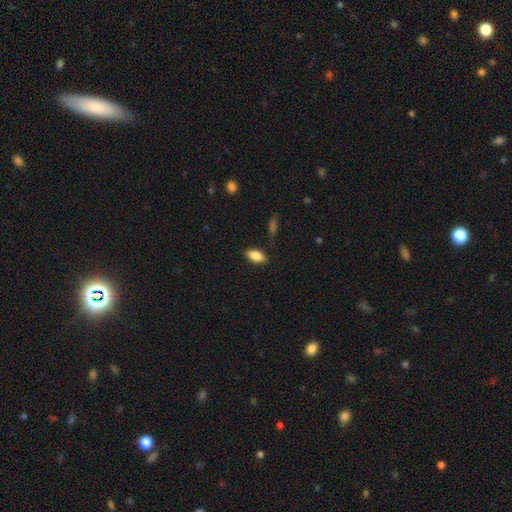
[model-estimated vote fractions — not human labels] A smooth galaxy with no disk features (84%) that is in between round and cigar-shaped (89%).

Vote fractions:
- Smooth or featured? smooth: 84% / featured or disk: 8% / star or artifact: 7%
- How rounded? in between: 89% / cigar-shaped: 7% / round: 4%
- Merging? none: 84% / minor disturbance: 12% / major disturbance: 3% / merger: 1%